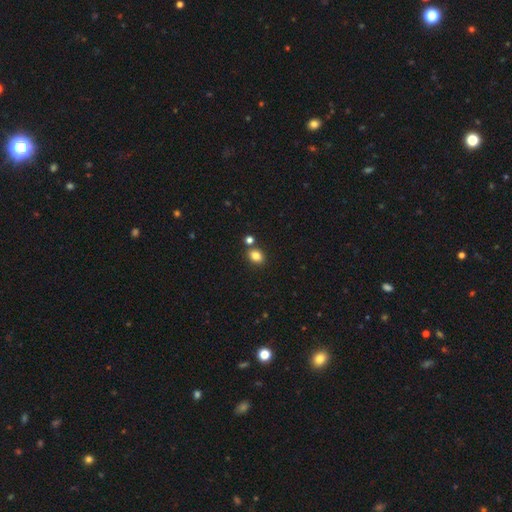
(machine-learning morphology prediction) Overall: smooth (83%). How rounded: in between (59%; round 39%). Merging: none (75%).